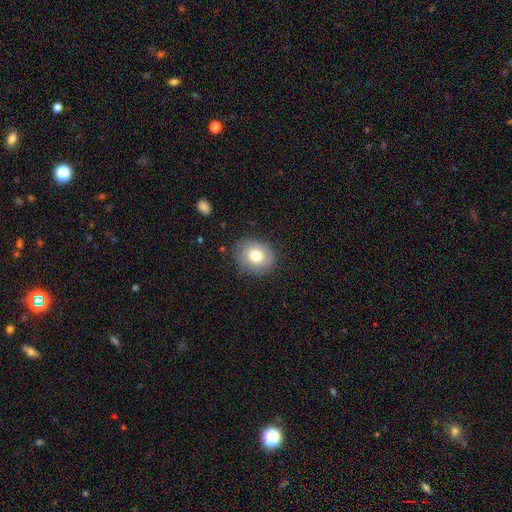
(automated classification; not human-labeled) This appears to be a smooth galaxy with no disk features (75%) that is round (66%). Merging: none (82%).